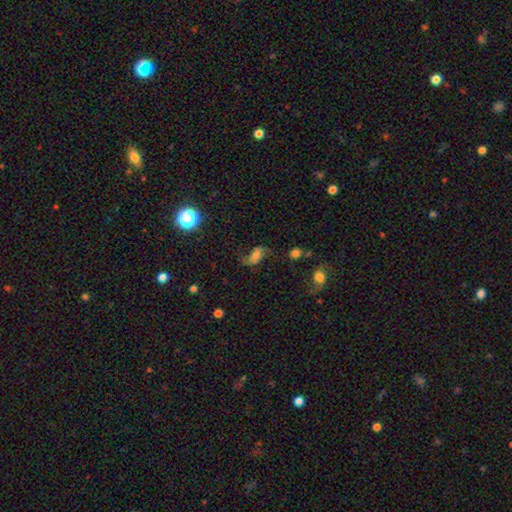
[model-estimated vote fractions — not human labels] A featured or disk galaxy (59%) with no bar (41%), spiral arms (88%) and a moderate central bulge (41%). Merging: none (62%).